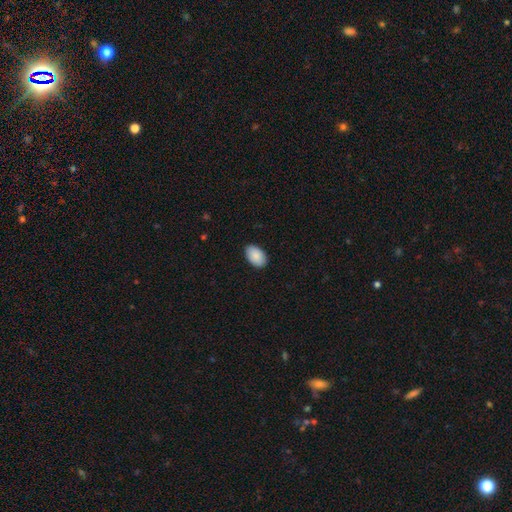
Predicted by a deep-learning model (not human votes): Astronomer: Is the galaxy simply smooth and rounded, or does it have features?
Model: smooth — 90%.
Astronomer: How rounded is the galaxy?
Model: in between — 93%.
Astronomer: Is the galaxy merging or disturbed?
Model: none — 87%.